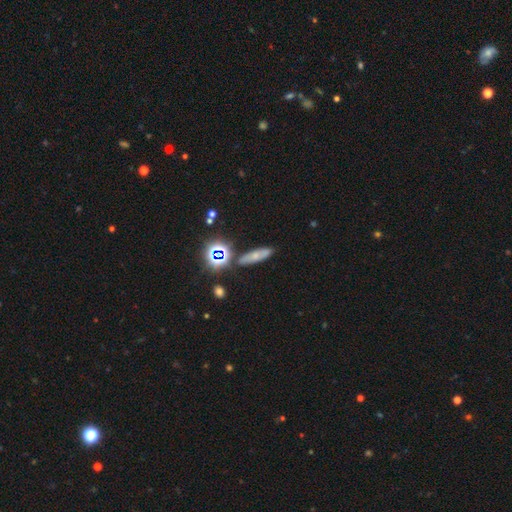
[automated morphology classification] smooth 54%, featured or disk 24%, star or artifact 23%. Down the decision tree: how rounded — cigar-shaped (57%); merging — none (79%).